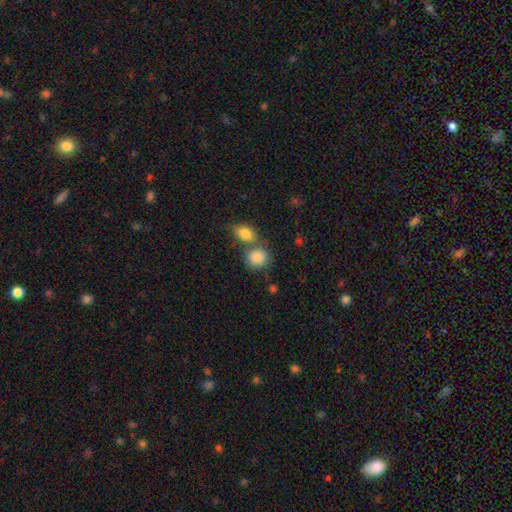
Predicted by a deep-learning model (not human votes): Q: Smooth or featured?
A: smooth (86%); runner-up: star or artifact (8%)
Q: How rounded?
A: round (67%); runner-up: in between (32%)
Q: Merging?
A: none (45%); runner-up: merger (42%)